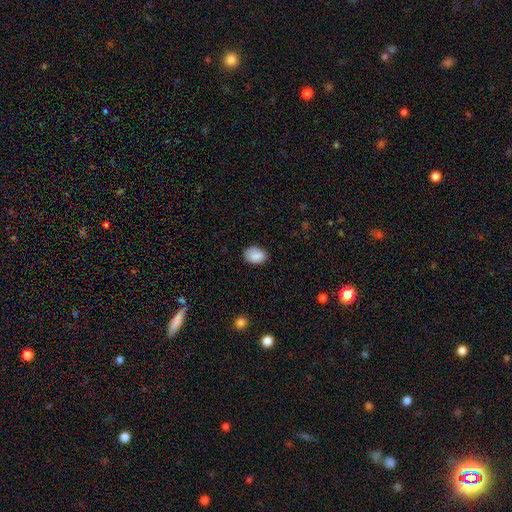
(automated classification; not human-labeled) Smooth or featured? Predicted: smooth (p=0.88). How rounded? Predicted: in between (p=0.77). Merging? Predicted: none (p=0.80).